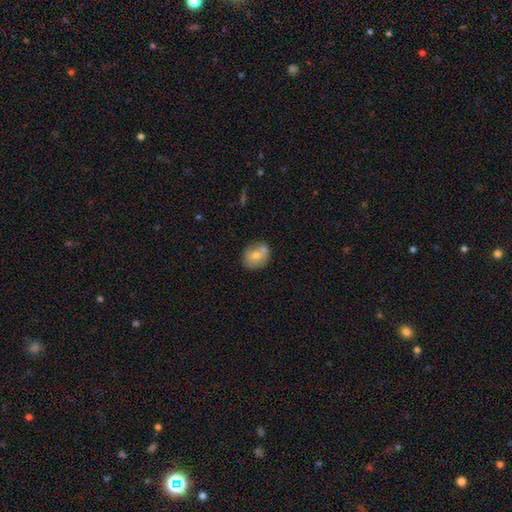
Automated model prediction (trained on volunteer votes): A smooth galaxy with no disk features (70%) that is round (56%).

Vote fractions:
- Smooth or featured? smooth: 70% / featured or disk: 22% / star or artifact: 8%
- How rounded? round: 56% / in between: 43% / cigar-shaped: 1%
- Merging? none: 56% / merger: 24% / minor disturbance: 17% / major disturbance: 4%